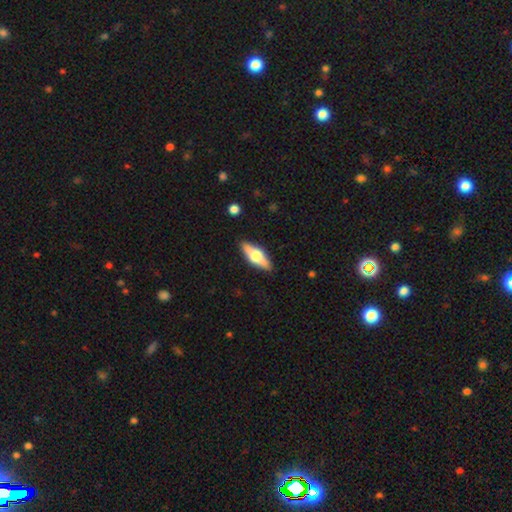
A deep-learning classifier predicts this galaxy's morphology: smooth-or-featured: featured or disk: 48% | smooth: 46% | star or artifact: 6%
  merging: none: 88% | minor disturbance: 9% | major disturbance: 2% | merger: 1%